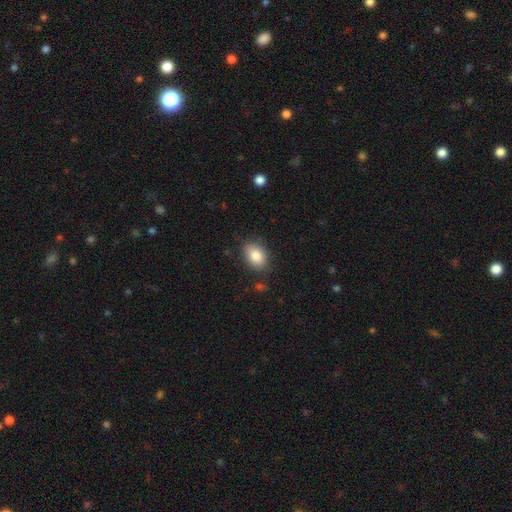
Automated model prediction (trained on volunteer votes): Smooth or featured?
  - smooth: 85% *
  - star or artifact: 8%
  - featured or disk: 7%
How rounded?
  - in between: 82% *
  - round: 17%
  - cigar-shaped: 1%
Merging?
  - none: 80% *
  - minor disturbance: 14%
  - major disturbance: 3%
  - merger: 2%